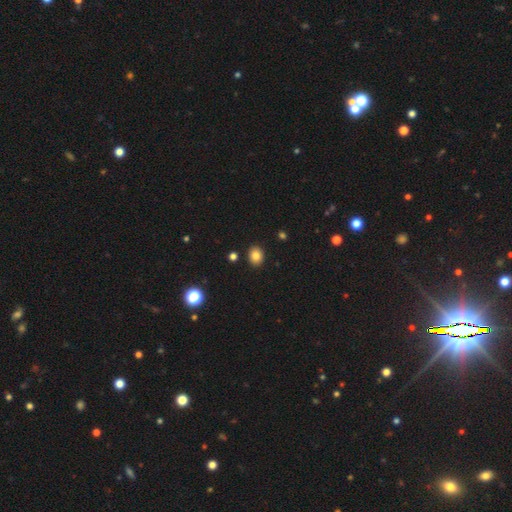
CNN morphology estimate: Q: Smooth or featured?
A: smooth (83%); runner-up: star or artifact (11%)
Q: How rounded?
A: round (58%); runner-up: in between (41%)
Q: Merging?
A: none (90%); runner-up: minor disturbance (6%)